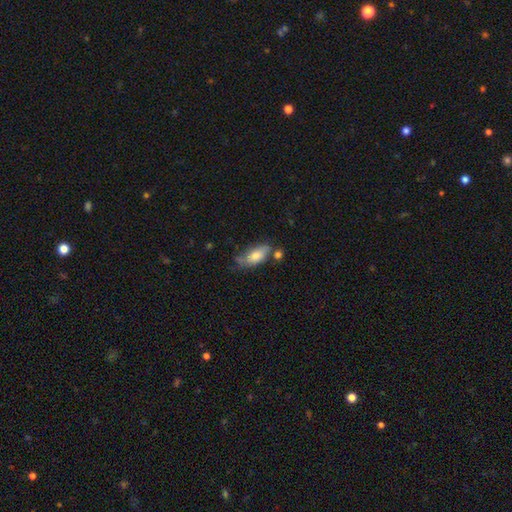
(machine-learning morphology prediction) This is likely a smooth galaxy (71%). How rounded: clearly in between (83%). Merging: possibly none (53%).